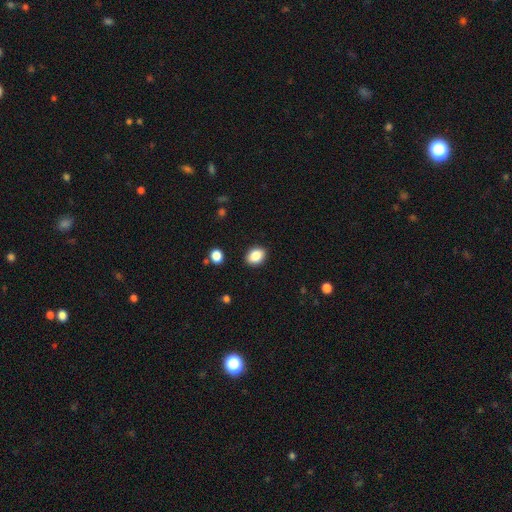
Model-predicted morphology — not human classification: smooth_or_featured: smooth (p=0.87) [alt: star or artifact p=0.09]
how_rounded: in between (p=0.68) [alt: round p=0.31]
merging: none (p=0.89) [alt: minor disturbance p=0.08]